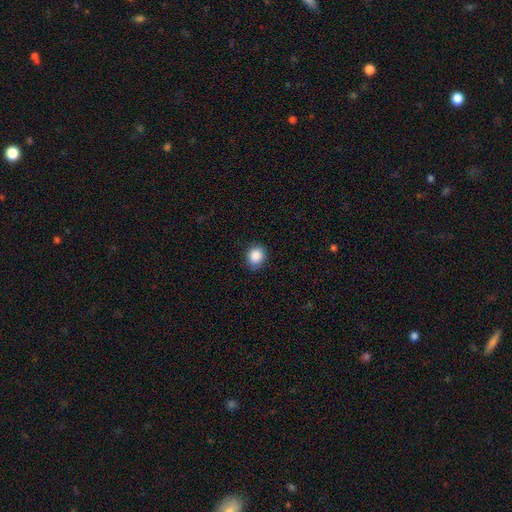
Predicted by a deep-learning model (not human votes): Q: Smooth or featured?
A: smooth (88%); runner-up: star or artifact (9%)
Q: How rounded?
A: round (68%); runner-up: in between (31%)
Q: Merging?
A: none (85%); runner-up: minor disturbance (12%)